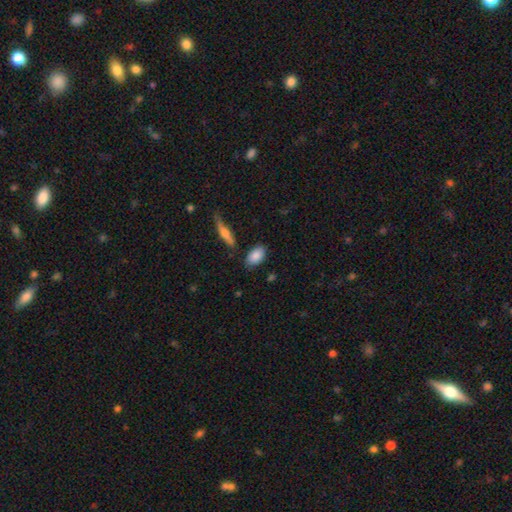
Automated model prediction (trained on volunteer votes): This is clearly a smooth galaxy (87%). How rounded: clearly in between (91%). Merging: clearly none (81%).